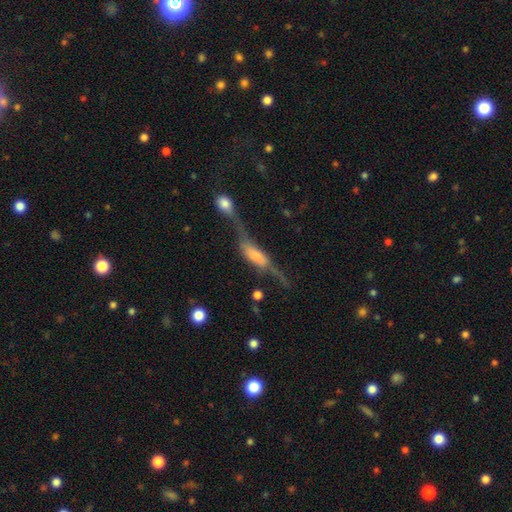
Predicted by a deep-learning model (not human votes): featured or disk 53%, smooth 39%, star or artifact 8%. Down the decision tree: edge-on disk — no (51%); merging — merger (61%).